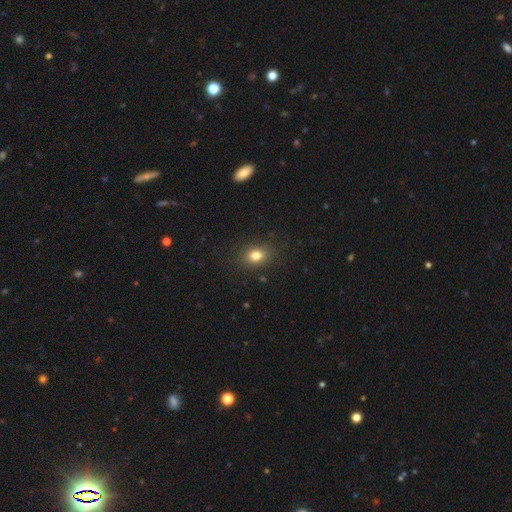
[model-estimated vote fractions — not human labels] A smooth galaxy with no disk features (80%) that is in between round and cigar-shaped (62%).

Vote fractions:
- Smooth or featured? smooth: 80% / star or artifact: 12% / featured or disk: 8%
- How rounded? in between: 62% / round: 37% / cigar-shaped: 1%
- Merging? none: 86% / minor disturbance: 10% / major disturbance: 3% / merger: 1%